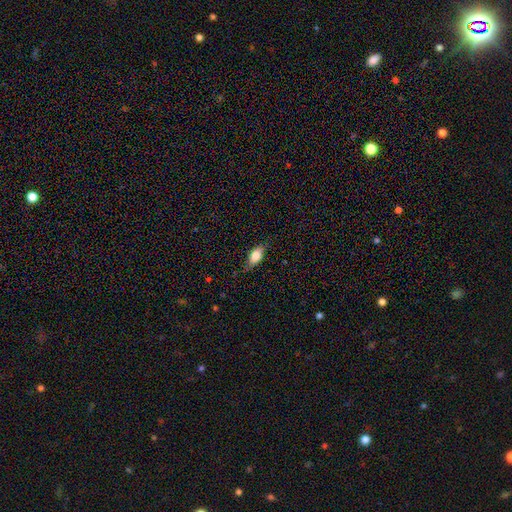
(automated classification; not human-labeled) Smooth or featured: smooth — 76% (featured or disk — 17%)
How rounded: in between — 83% (cigar-shaped — 11%)
Merging: none — 72% (minor disturbance — 22%)